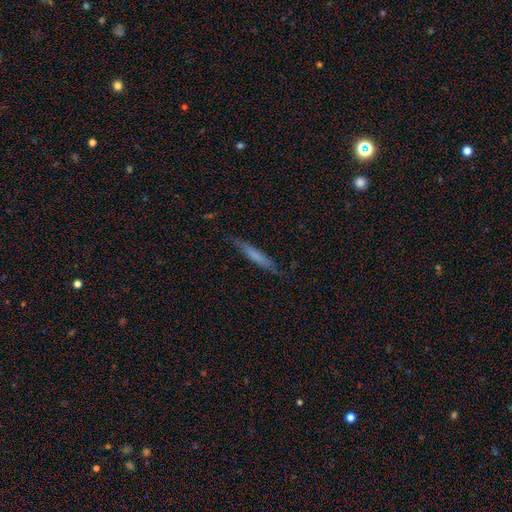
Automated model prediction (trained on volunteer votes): Smooth or featured? smooth (60%)
How rounded? cigar-shaped (94%)
Merging? none (82%)